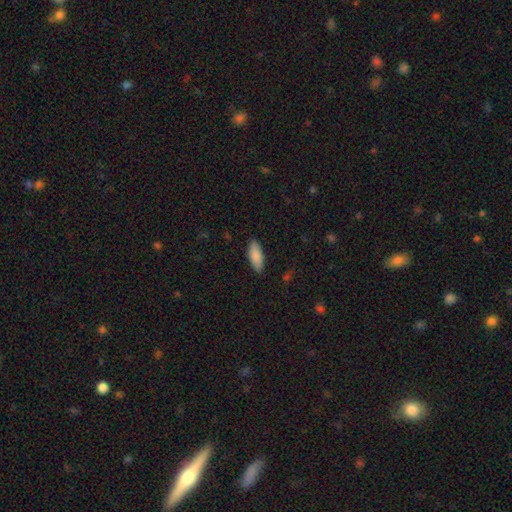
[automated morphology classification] A smooth galaxy with no disk features (88%) that is in between round and cigar-shaped (75%).

Vote fractions:
- Smooth or featured? smooth: 88% / featured or disk: 6% / star or artifact: 6%
- How rounded? in between: 75% / cigar-shaped: 23% / round: 2%
- Merging? none: 87% / minor disturbance: 10% / major disturbance: 2% / merger: 1%